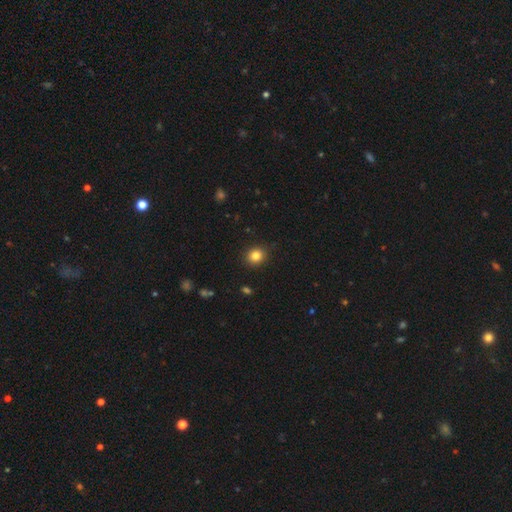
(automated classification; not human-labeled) The model was most divided on "how rounded": round: 77%, in between: 22%, cigar-shaped: 1%. More confident: merging — none (90%); smooth or featured — smooth (83%).